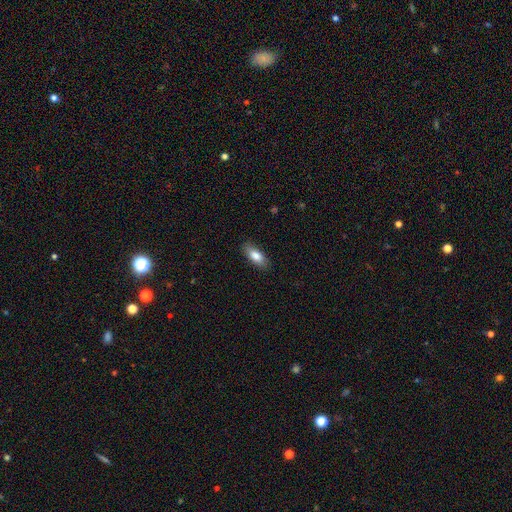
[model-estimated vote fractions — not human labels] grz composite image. It shows a smooth galaxy with no disk features (81%) that is in between round and cigar-shaped (77%). Merging: none (86%).